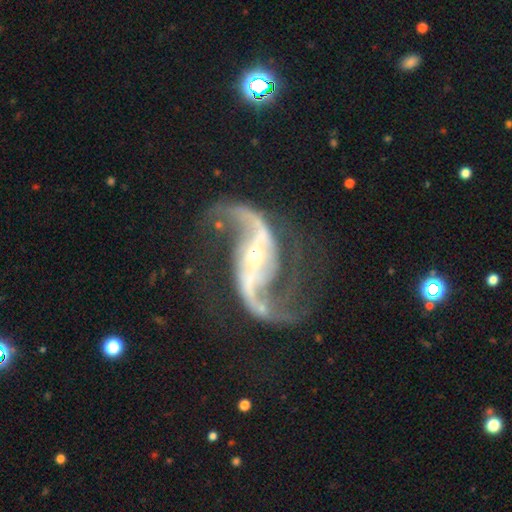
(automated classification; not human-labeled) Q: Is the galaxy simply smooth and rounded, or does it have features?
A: featured or disk — 93%.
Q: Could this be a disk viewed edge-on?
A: no — 98%.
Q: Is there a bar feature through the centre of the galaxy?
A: strong — 49%.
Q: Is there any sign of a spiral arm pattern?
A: yes — 98%.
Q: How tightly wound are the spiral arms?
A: loose — 71%.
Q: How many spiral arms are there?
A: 2 — 94%.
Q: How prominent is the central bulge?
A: small — 63%.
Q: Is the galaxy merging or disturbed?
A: none — 72%.